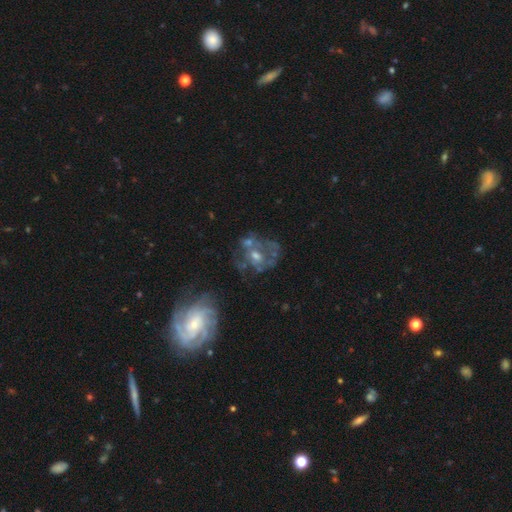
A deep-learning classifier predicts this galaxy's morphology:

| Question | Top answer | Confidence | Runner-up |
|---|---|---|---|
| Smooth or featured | featured or disk | 68% | smooth (20%) |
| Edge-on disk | no | 97% | yes (3%) |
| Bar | no | 73% | weak (22%) |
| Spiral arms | no | 50% | tied: yes (50%) |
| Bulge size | moderate | 51% | small (34%) |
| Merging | none | 39% | merger (23%) |